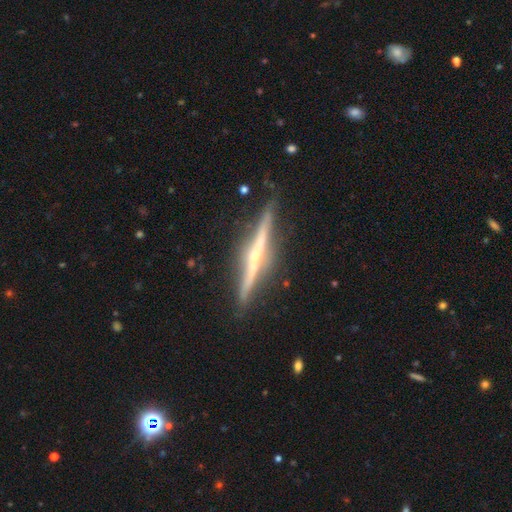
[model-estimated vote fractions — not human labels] Q: Smooth or featured?
A: featured or disk (83%); runner-up: smooth (11%)
Q: Edge-on disk?
A: yes (98%); runner-up: no (2%)
Q: Edge-on bulge?
A: rounded (70%); runner-up: none (23%)
Q: Merging?
A: none (87%); runner-up: minor disturbance (10%)